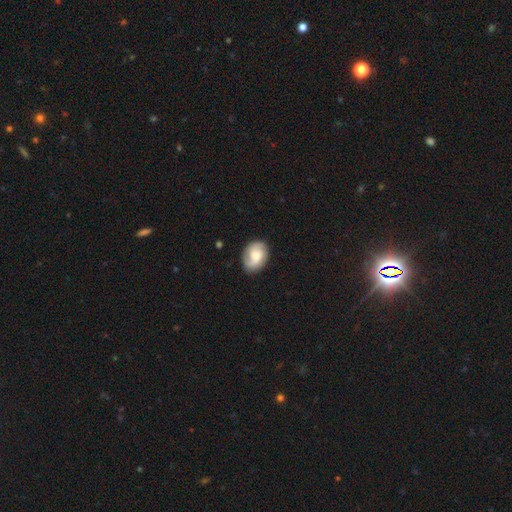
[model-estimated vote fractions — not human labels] Overall: featured or disk (50%; smooth 43%). Merging: none (79%).